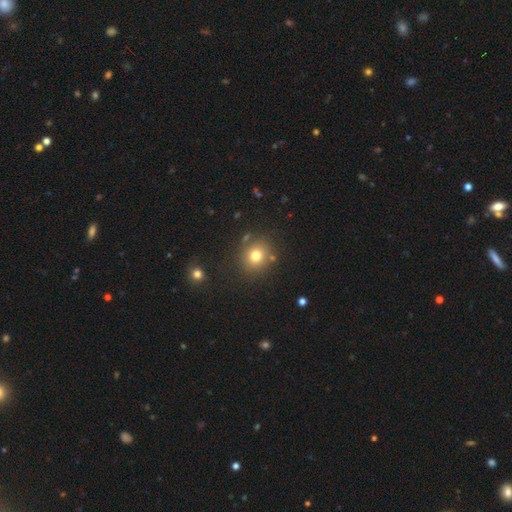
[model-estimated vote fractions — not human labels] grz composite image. It shows a smooth galaxy with no disk features (75%) that is round (84%). Merging: none (82%).